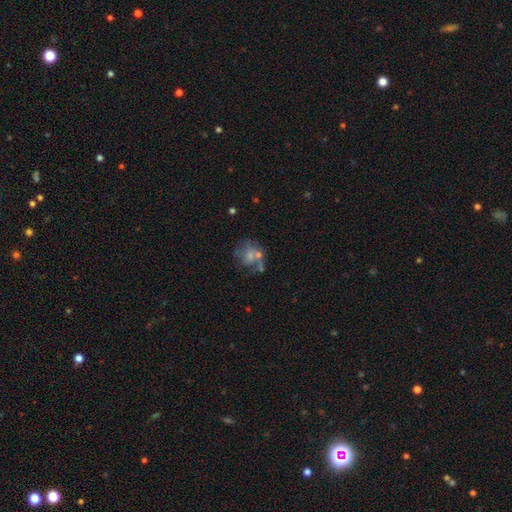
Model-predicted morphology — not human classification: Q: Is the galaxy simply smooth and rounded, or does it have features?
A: featured or disk — 50%.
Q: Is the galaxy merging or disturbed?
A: none — 39%.